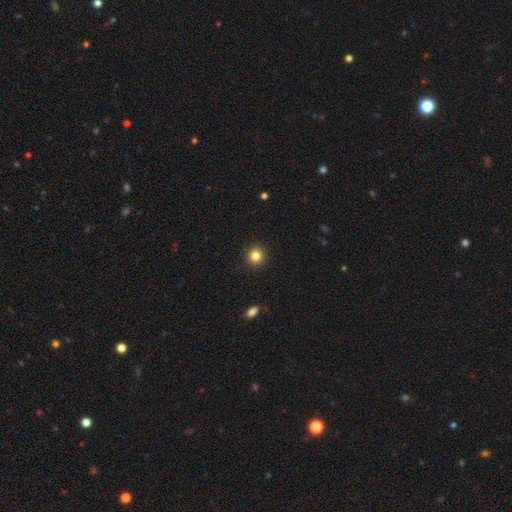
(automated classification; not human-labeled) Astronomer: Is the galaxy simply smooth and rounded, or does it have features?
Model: smooth — 84%.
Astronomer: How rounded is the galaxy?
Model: round — 91%.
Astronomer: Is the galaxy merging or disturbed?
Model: none — 91%.